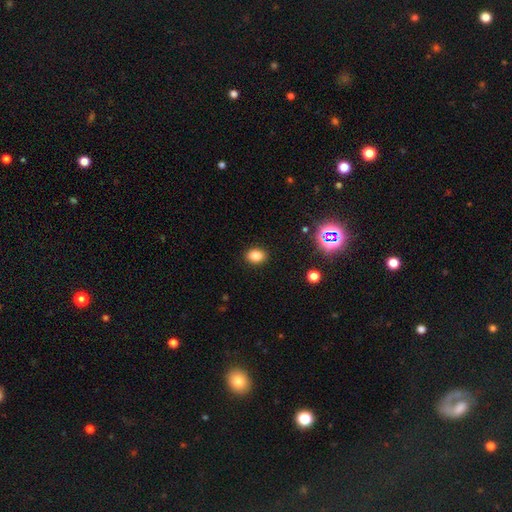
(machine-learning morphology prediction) Smooth or featured: smooth — 83% (star or artifact — 12%)
How rounded: in between — 67% (round — 32%)
Merging: none — 90% (minor disturbance — 7%)